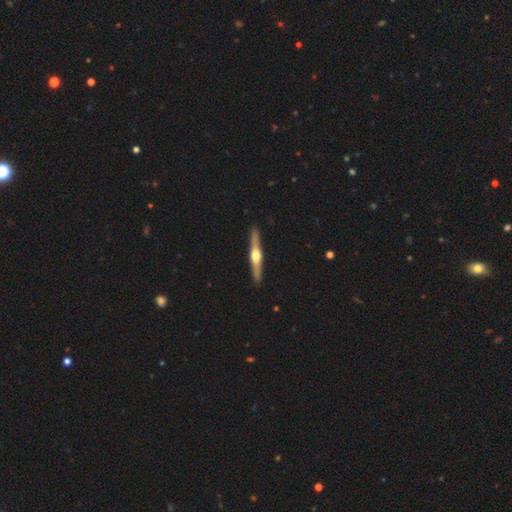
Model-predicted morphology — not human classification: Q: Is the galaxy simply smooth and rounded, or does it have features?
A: featured or disk — 77%.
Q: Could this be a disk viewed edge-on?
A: yes — 98%.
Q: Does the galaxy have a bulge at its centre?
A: rounded — 94%.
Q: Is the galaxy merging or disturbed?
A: none — 92%.